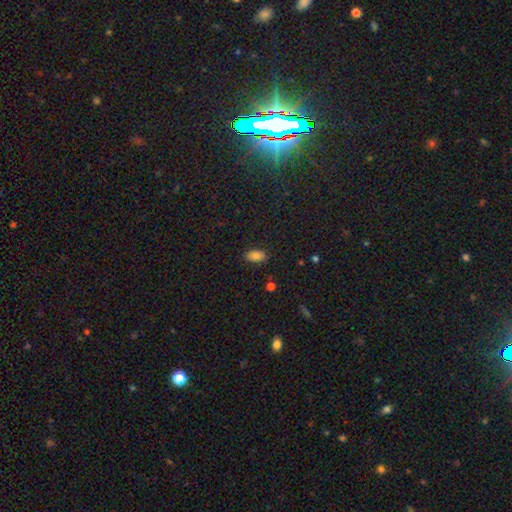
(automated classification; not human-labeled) Morphology: type=smooth (78%); roundness=in between (91%); merging=none (84%).